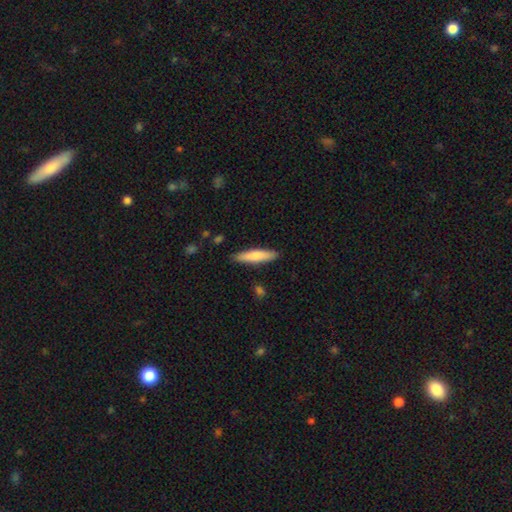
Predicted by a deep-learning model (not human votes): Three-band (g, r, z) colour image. It shows a smooth galaxy with no disk features (78%) that is cigar-shaped (81%). Merging: none (88%).